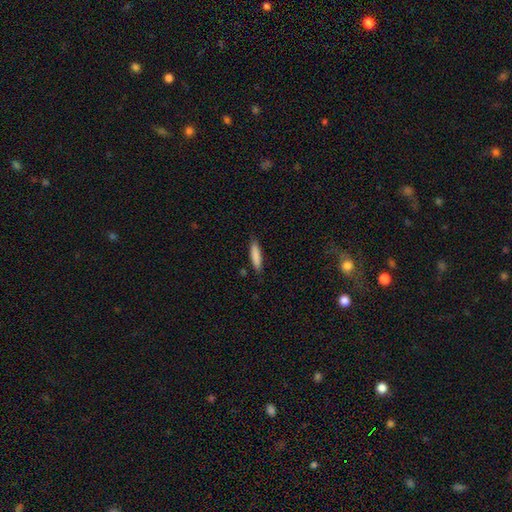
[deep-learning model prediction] A smooth galaxy with no disk features (85%) that is cigar-shaped (78%). Merging: none (85%).